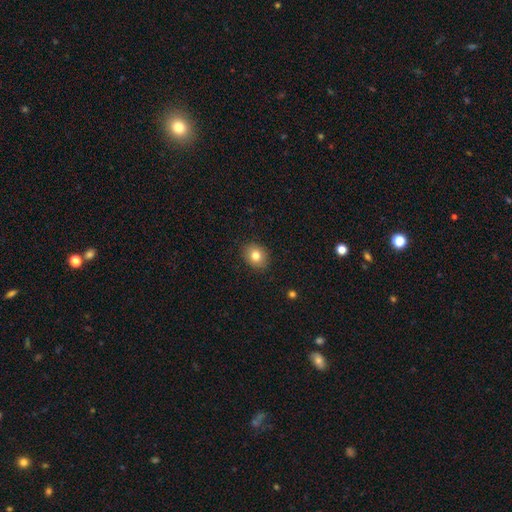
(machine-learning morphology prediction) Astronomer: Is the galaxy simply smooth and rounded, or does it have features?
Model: smooth — 81%.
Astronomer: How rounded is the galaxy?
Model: round — 50% (runner-up: in between, 49%).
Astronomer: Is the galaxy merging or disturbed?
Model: none — 89%.